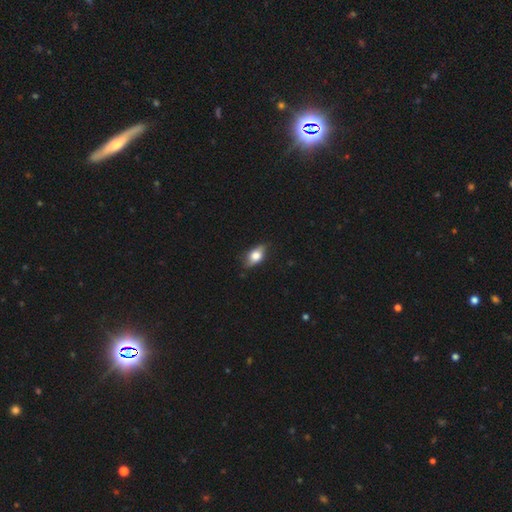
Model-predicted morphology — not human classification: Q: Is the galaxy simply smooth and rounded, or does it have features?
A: smooth — 64%.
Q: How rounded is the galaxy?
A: in between — 80%.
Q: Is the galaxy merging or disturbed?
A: none — 75%.